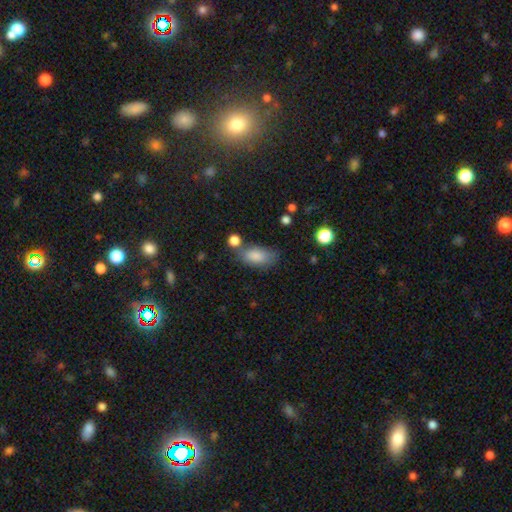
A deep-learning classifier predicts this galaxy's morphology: type=smooth (84%); roundness=in between (89%); merging=none (57%).